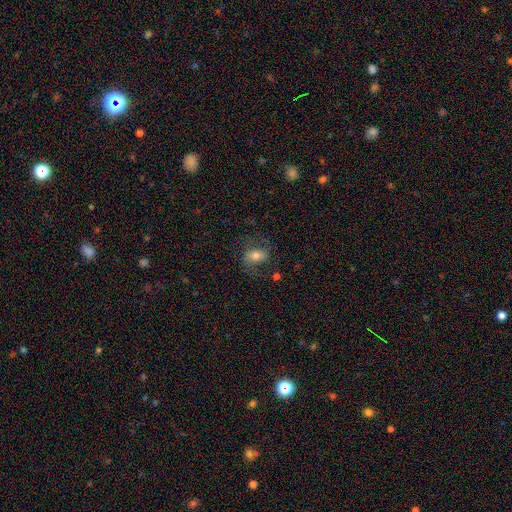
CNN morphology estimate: A smooth galaxy with no disk features (54%) that is in between round and cigar-shaped (72%).

Vote fractions:
- Smooth or featured? smooth: 54% / featured or disk: 34% / star or artifact: 11%
- How rounded? in between: 72% / round: 26% / cigar-shaped: 2%
- Merging? none: 68% / minor disturbance: 17% / major disturbance: 13% / merger: 2%